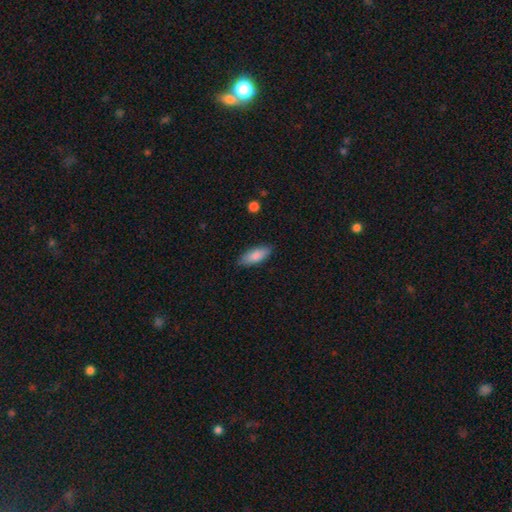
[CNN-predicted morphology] Smooth or featured? Predicted: smooth (p=0.84). How rounded? Predicted: in between (p=0.76). Merging? Predicted: none (p=0.83).